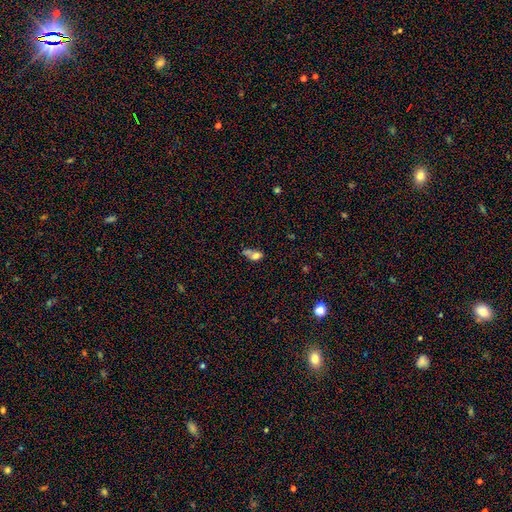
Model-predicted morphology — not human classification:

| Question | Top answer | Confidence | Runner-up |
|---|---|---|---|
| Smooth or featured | smooth | 68% | featured or disk (19%) |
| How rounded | in between | 73% | round (20%) |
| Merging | merger | 32% | none (28%) |